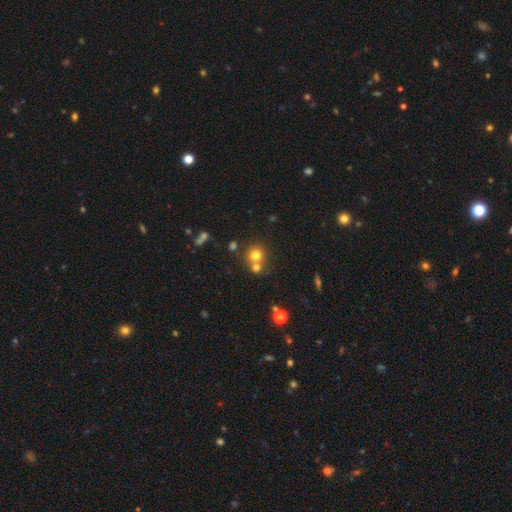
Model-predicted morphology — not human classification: smooth-or-featured: smooth: 73% | star or artifact: 16% | featured or disk: 11%
  how-rounded: round: 89% | in between: 10% | cigar-shaped: 1%
  merging: none: 54% | merger: 37% | minor disturbance: 7% | major disturbance: 3%